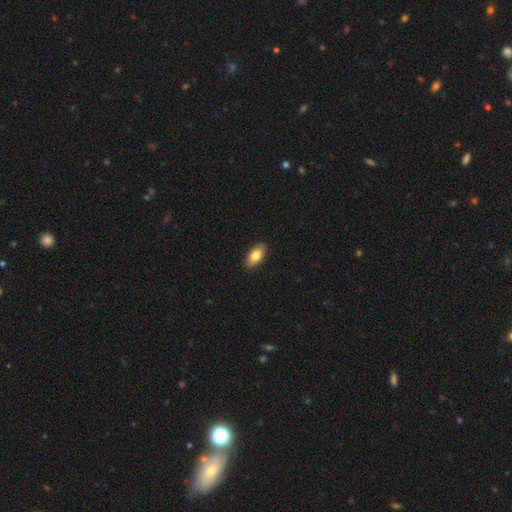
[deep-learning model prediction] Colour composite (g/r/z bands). It shows a smooth galaxy with no disk features (81%) that is in between round and cigar-shaped (91%). Merging: none (89%).